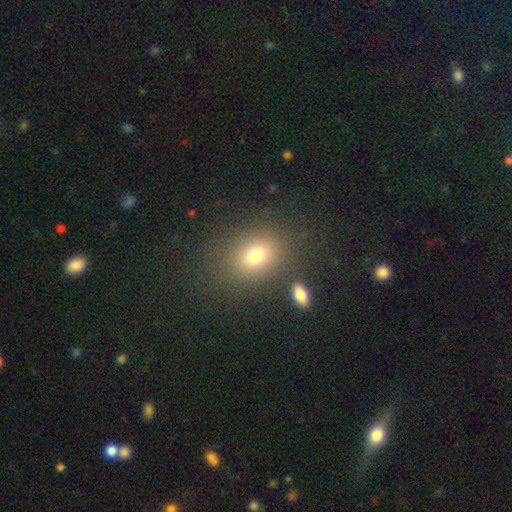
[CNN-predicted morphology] This appears to be a smooth galaxy with no disk features (76%) that is in between round and cigar-shaped (55%). Merging: none (80%).